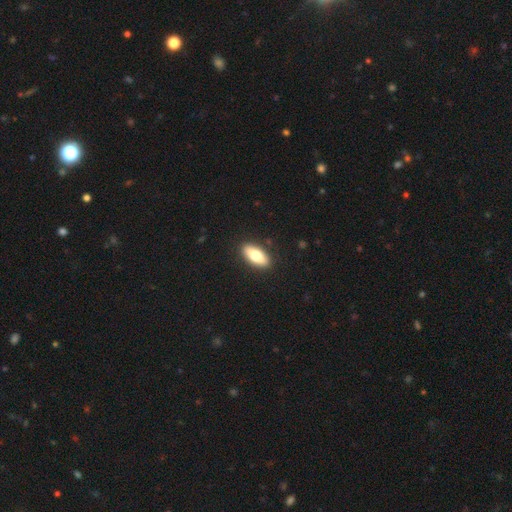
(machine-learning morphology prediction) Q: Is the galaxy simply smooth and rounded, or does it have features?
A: smooth — 73%.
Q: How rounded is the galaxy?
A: in between — 83%.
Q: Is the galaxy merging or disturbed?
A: none — 89%.